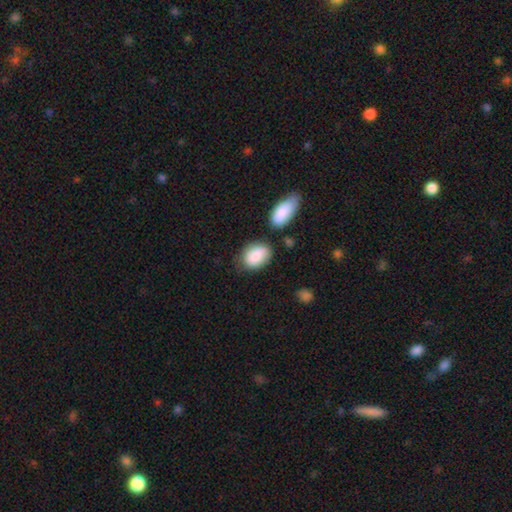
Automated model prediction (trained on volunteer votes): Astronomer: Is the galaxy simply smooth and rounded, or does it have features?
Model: smooth — 86%.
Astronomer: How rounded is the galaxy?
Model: in between — 77%.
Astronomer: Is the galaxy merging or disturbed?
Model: none — 60%.